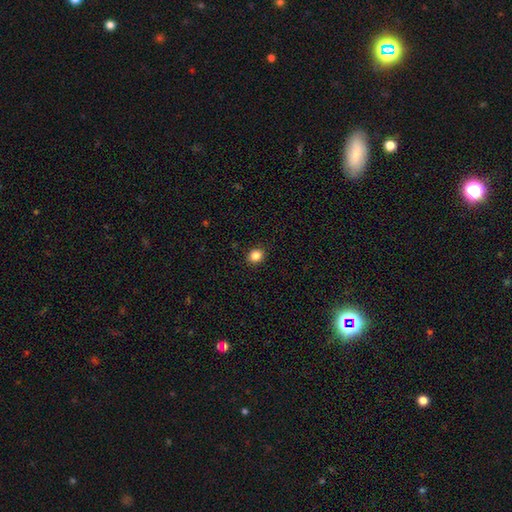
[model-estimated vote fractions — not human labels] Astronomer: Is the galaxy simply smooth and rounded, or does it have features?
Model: smooth — 85%.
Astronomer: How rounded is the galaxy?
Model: round — 76%.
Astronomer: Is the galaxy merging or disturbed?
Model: none — 91%.